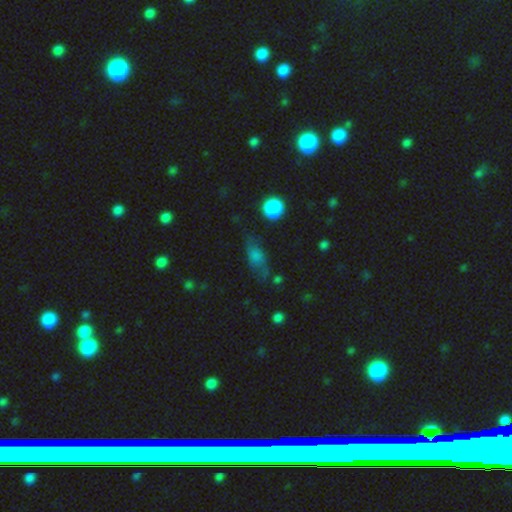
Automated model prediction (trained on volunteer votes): smooth 62%, featured or disk 24%, star or artifact 14%. Down the decision tree: how rounded — in between (65%); merging — none (63%).